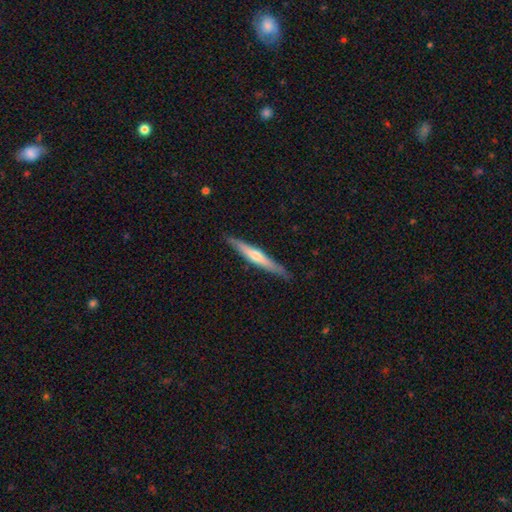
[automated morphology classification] The model was most divided on "smooth or featured": featured or disk: 56%, smooth: 39%, star or artifact: 5%. More confident: edge-on disk — yes (96%); merging — none (88%); edge-on bulge — rounded (69%).